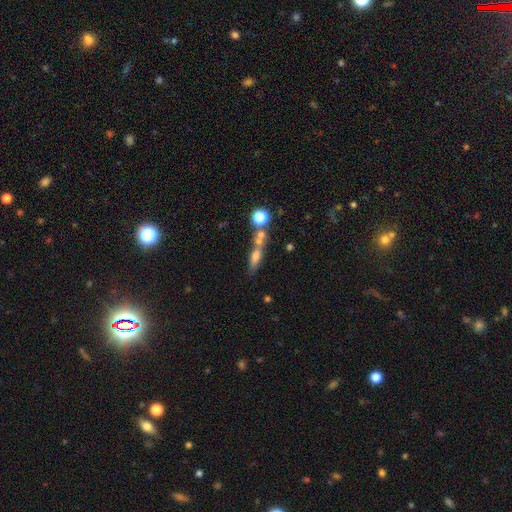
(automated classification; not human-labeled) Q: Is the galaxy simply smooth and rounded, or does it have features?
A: smooth — 53%.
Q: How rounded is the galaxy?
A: cigar-shaped — 57%.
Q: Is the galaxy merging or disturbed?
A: none — 49%.